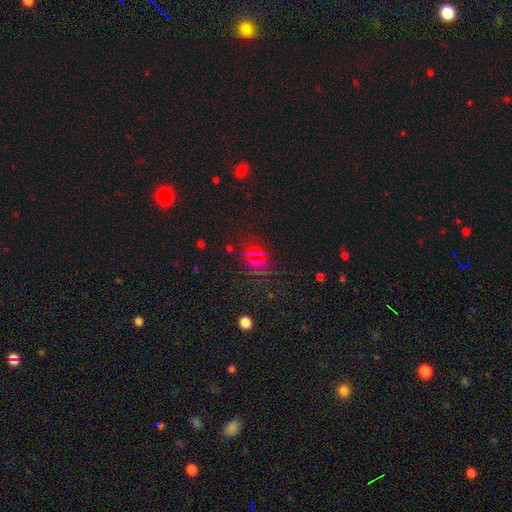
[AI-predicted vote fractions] smooth 44% (tied), star or artifact 44% (tied), featured or disk 11%. Down the decision tree: merging — none (78%).